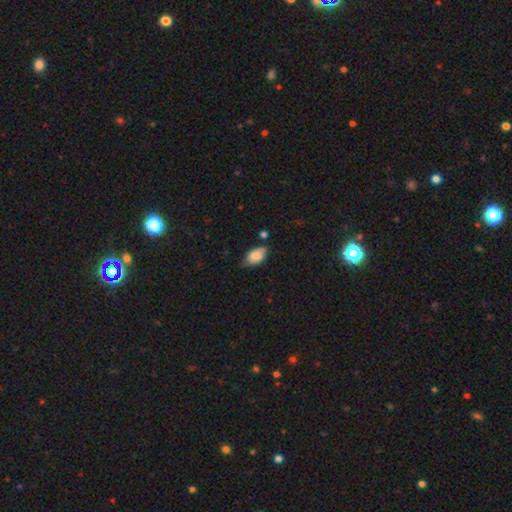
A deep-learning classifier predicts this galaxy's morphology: Smooth or featured?
  - smooth: 81% *
  - featured or disk: 12%
  - star or artifact: 7%
How rounded?
  - in between: 93% *
  - round: 4%
  - cigar-shaped: 2%
Merging?
  - none: 61% *
  - minor disturbance: 30%
  - major disturbance: 5%
  - merger: 4%